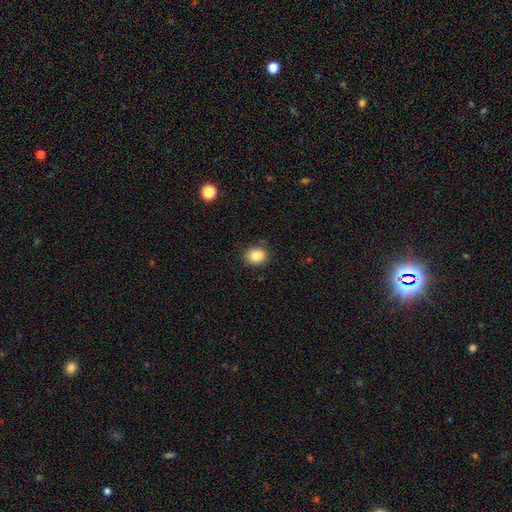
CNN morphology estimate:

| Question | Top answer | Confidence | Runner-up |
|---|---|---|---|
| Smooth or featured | smooth | 83% | star or artifact (10%) |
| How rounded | round | 63% | in between (36%) |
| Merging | none | 85% | minor disturbance (10%) |